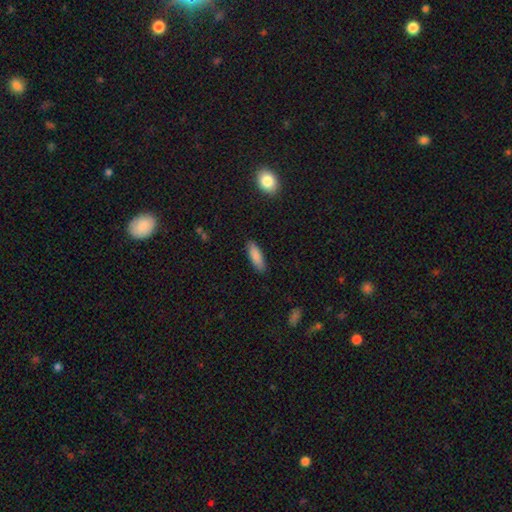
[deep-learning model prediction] Smooth or featured? smooth (86%)
How rounded? in between (49%, tied with cigar-shaped)
Merging? none (87%)